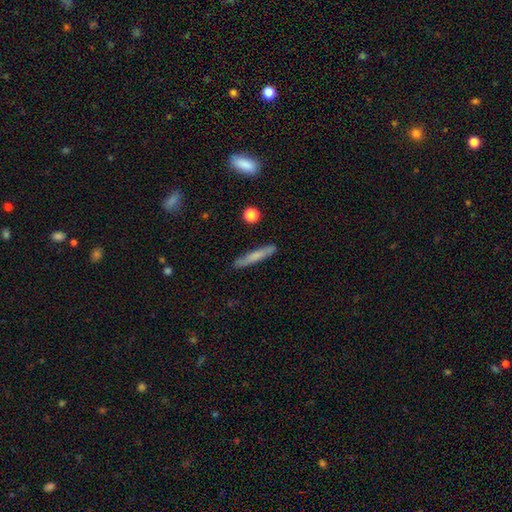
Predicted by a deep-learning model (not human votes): A smooth galaxy with no disk features (65%) that is cigar-shaped (93%).

Vote fractions:
- Smooth or featured? smooth: 65% / featured or disk: 29% / star or artifact: 7%
- How rounded? cigar-shaped: 93% / in between: 5% / round: 2%
- Merging? none: 86% / minor disturbance: 10% / major disturbance: 2% / merger: 2%